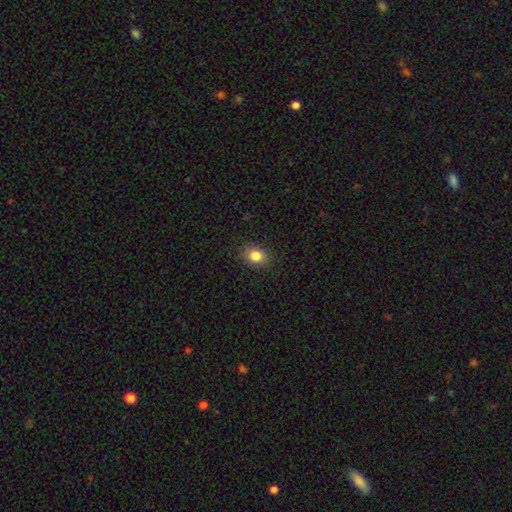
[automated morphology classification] Smooth or featured? Predicted: smooth (p=0.84). How rounded? Predicted: in between (p=0.53). Merging? Predicted: none (p=0.88).